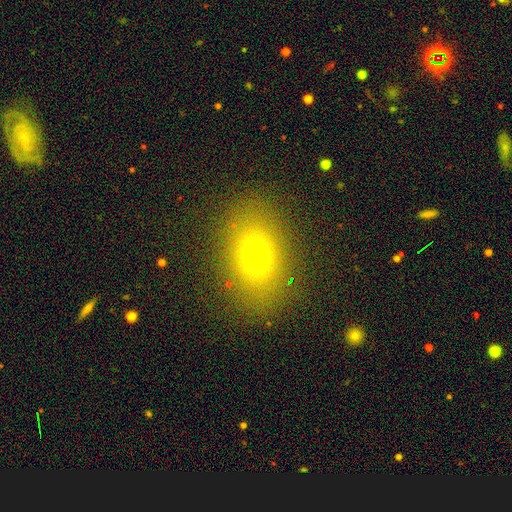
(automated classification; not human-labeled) Q: Smooth or featured?
A: smooth (68%); runner-up: star or artifact (18%)
Q: How rounded?
A: in between (71%); runner-up: round (27%)
Q: Merging?
A: none (83%); runner-up: minor disturbance (10%)